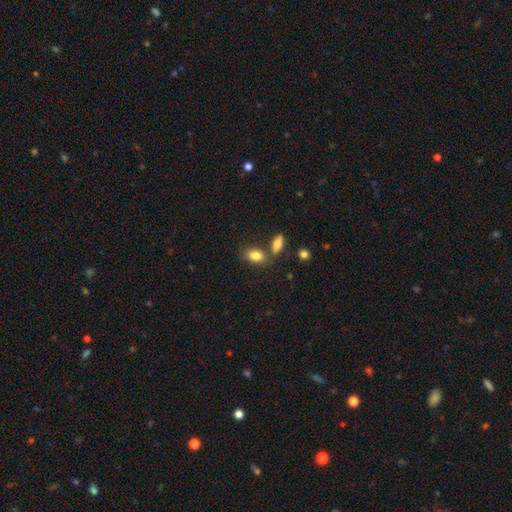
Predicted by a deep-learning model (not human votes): Smooth or featured? smooth (84%)
How rounded? in between (87%)
Merging? none (63%)